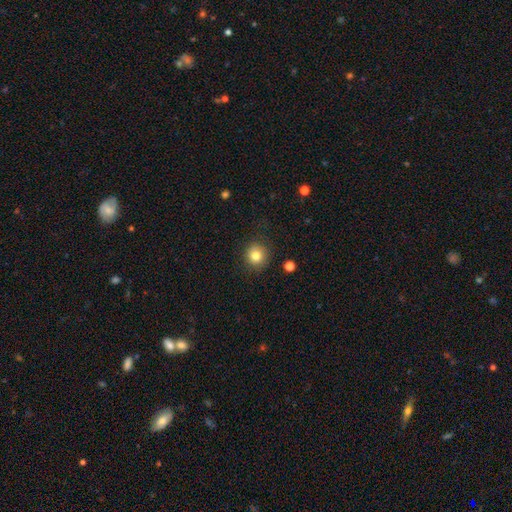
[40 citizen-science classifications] smooth 78%, star or artifact 12%, featured or disk 10%. Down the decision tree: how rounded — round (94%); merging — none (94%).